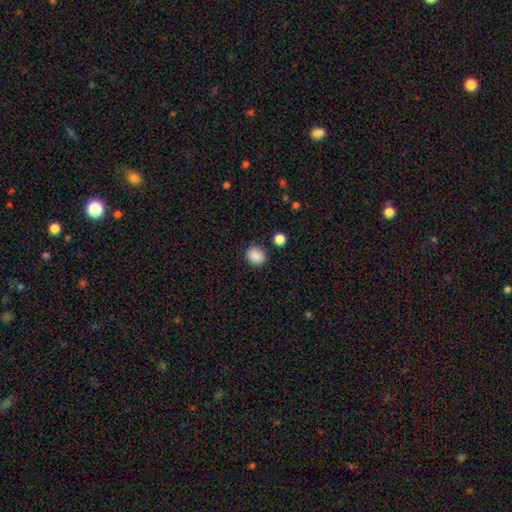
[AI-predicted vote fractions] This appears to be a smooth galaxy with no disk features (88%) that is round (72%). Merging: none (86%).